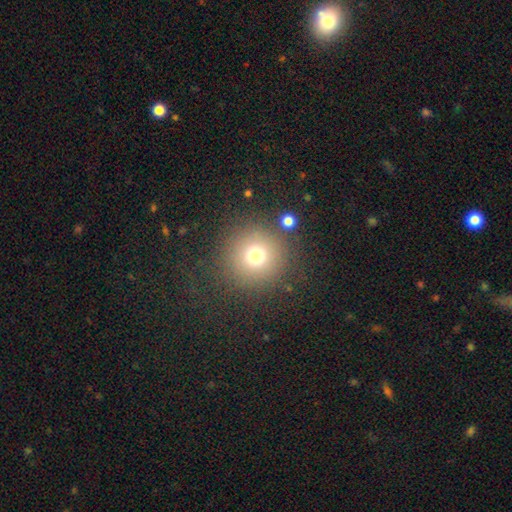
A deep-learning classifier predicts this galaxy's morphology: Q: Smooth or featured?
A: smooth (73%); runner-up: star or artifact (17%)
Q: How rounded?
A: round (95%); runner-up: in between (4%)
Q: Merging?
A: none (82%); runner-up: minor disturbance (8%)